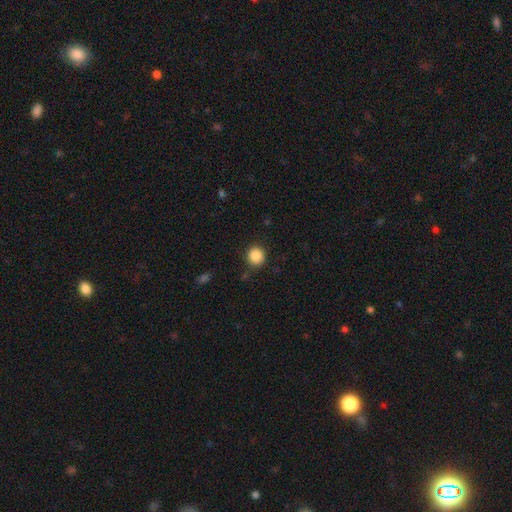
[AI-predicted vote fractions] smooth-or-featured: smooth: 87% | star or artifact: 10% | featured or disk: 3%
  how-rounded: round: 92% | in between: 7% | cigar-shaped: 1%
  merging: none: 88% | minor disturbance: 8% | major disturbance: 2% | merger: 2%